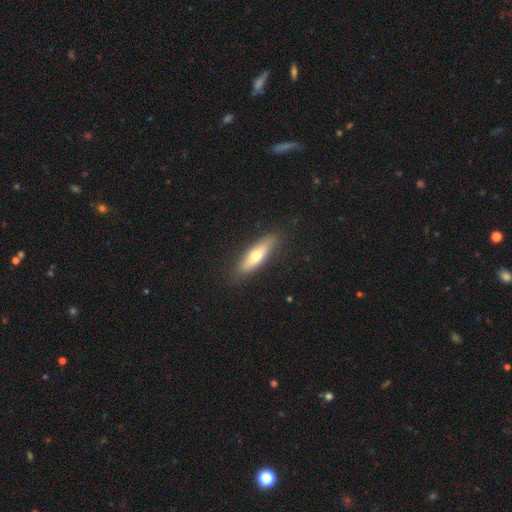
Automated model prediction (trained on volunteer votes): Morphology: type=smooth (60%); roundness=cigar-shaped (64%); merging=none (86%).